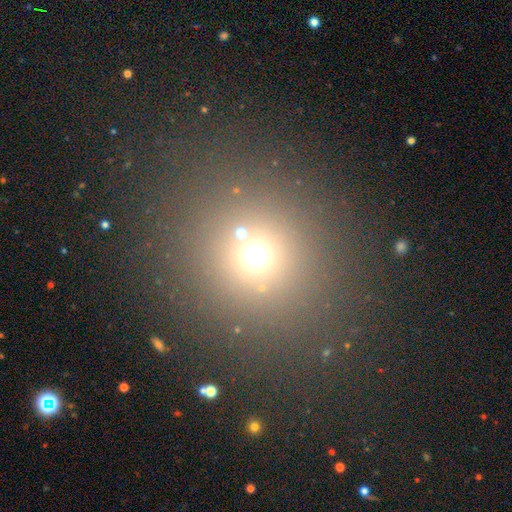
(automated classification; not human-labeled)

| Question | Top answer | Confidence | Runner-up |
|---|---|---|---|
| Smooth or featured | smooth | 63% | star or artifact (29%) |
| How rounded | round | 89% | in between (9%) |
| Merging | none | 81% | minor disturbance (8%) |